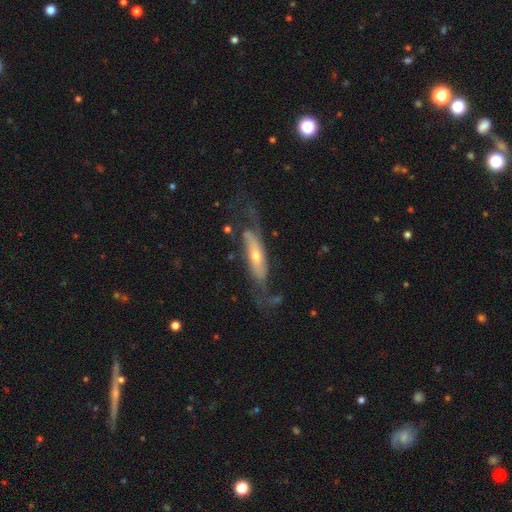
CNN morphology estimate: Smooth or featured?
  - featured or disk: 72% *
  - smooth: 22%
  - star or artifact: 6%
Edge-on disk?
  - no: 69% *
  - yes: 31%
Merging?
  - none: 53% *
  - minor disturbance: 22%
  - major disturbance: 22%
  - merger: 3%